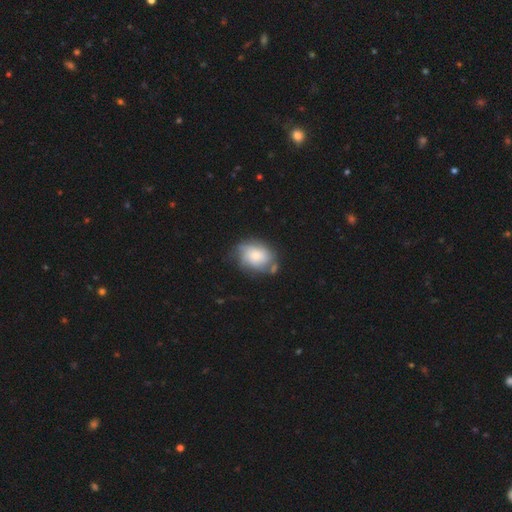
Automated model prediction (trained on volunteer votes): Smooth or featured? smooth (48%)
Merging? none (53%)